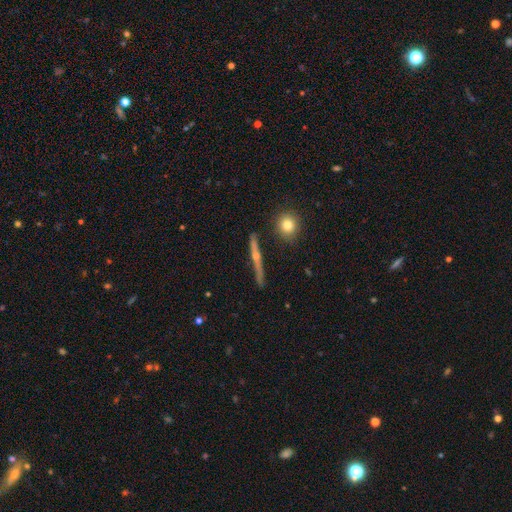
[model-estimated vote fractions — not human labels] This is likely a featured or disk galaxy (74%). It is clearly viewed edge-on (96%). Edge-on bulge: clearly rounded (80%). Merging: clearly none (86%).